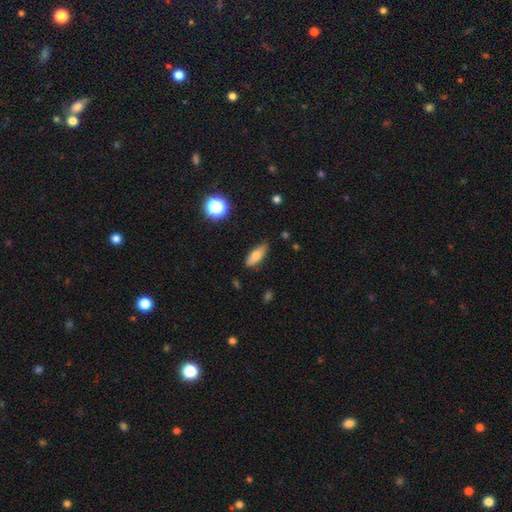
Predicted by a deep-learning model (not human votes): A smooth galaxy with no disk features (74%) that is in between round and cigar-shaped (66%). Merging: none (83%).